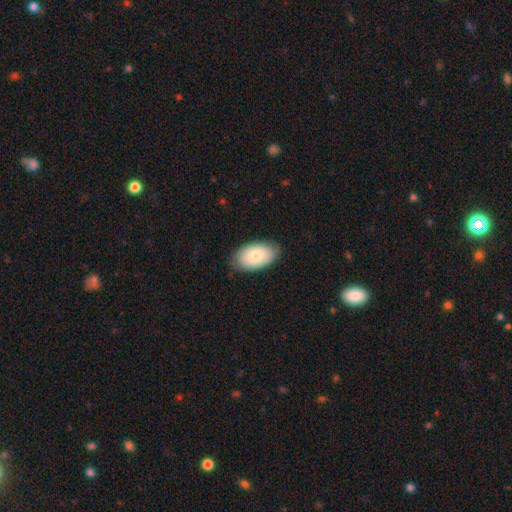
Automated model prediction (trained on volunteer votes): Morphology: type=smooth (77%); roundness=in between (95%); merging=none (81%).